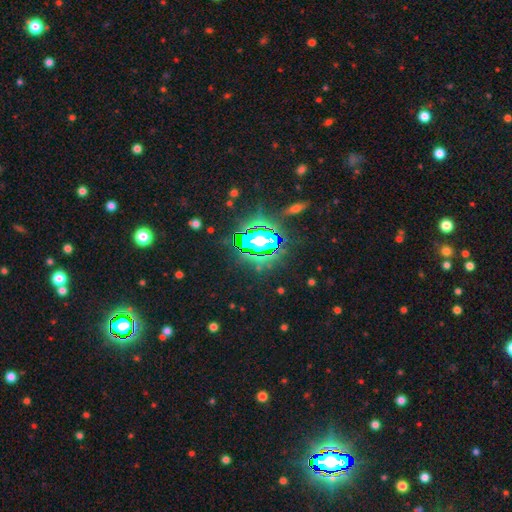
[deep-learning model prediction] The model was most divided on "smooth or featured": star or artifact: 83%, smooth: 10%, featured or disk: 6%.